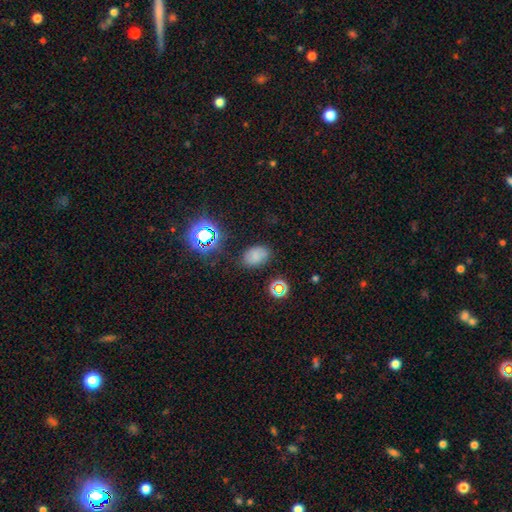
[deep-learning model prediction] smooth_or_featured: smooth (p=0.71) [alt: star or artifact p=0.21]
how_rounded: in between (p=0.84) [alt: round p=0.15]
merging: none (p=0.79) [alt: minor disturbance p=0.15]